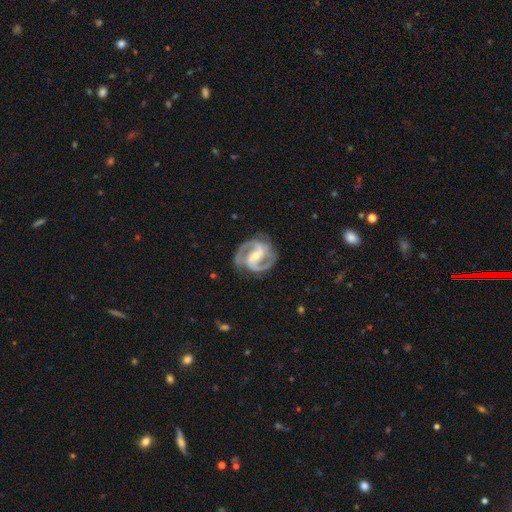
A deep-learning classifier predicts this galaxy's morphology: Smooth or featured? featured or disk (92%)
Edge-on disk? no (98%)
Bar? strong (53%)
Spiral arms? yes (98%)
Spiral winding? medium (58%)
Spiral arm count? 2 (88%)
Bulge size? small (50%)
Merging? none (78%)